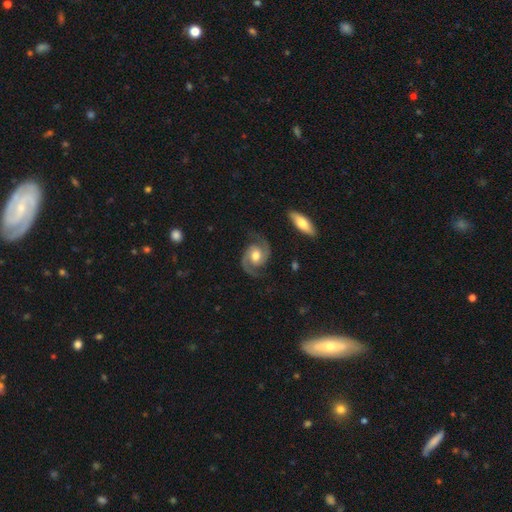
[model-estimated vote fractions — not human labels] Smooth or featured? featured or disk (90%)
Edge-on disk? no (98%)
Bar? no (56%)
Spiral arms? yes (98%)
Spiral winding? medium (60%)
Spiral arm count? 2 (94%)
Bulge size? moderate (72%)
Merging? none (82%)